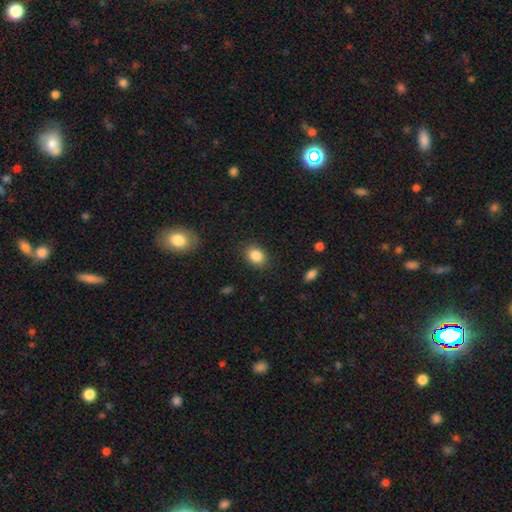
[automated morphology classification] Smooth or featured? Predicted: smooth (p=0.85). How rounded? Predicted: in between (p=0.59). Merging? Predicted: none (p=0.86).